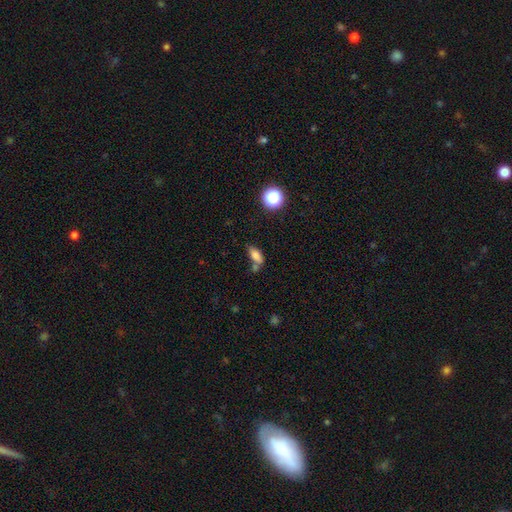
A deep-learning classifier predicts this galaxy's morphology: Overall: smooth (76%). How rounded: in between (78%). Merging: none (49%; merger 27%).